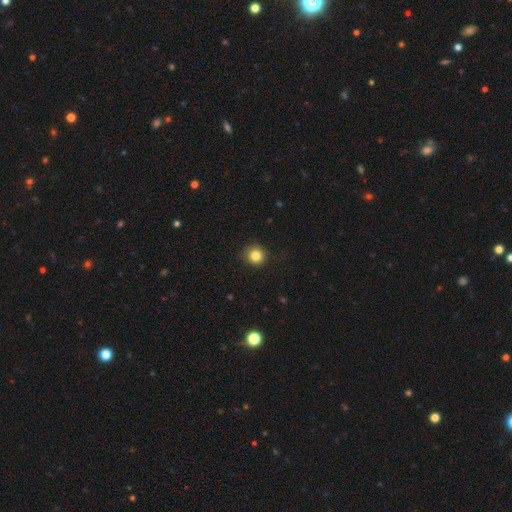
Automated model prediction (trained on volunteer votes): Smooth or featured?
  - smooth: 83% *
  - star or artifact: 11%
  - featured or disk: 5%
How rounded?
  - round: 93% *
  - in between: 6%
  - cigar-shaped: 1%
Merging?
  - none: 89% *
  - minor disturbance: 8%
  - major disturbance: 2%
  - merger: 1%